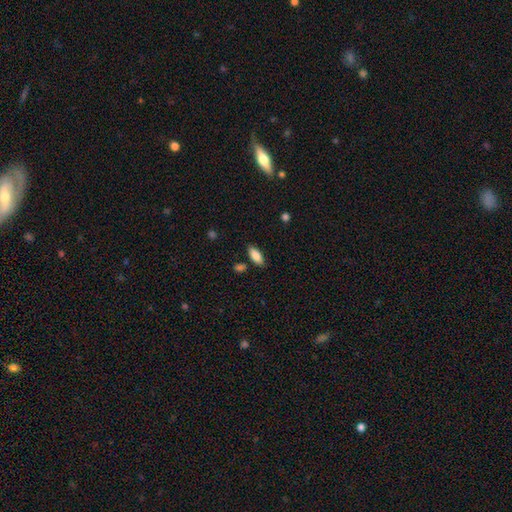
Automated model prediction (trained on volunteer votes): smooth 87%, star or artifact 7%, featured or disk 7%. Down the decision tree: how rounded — in between (84%); merging — none (83%).